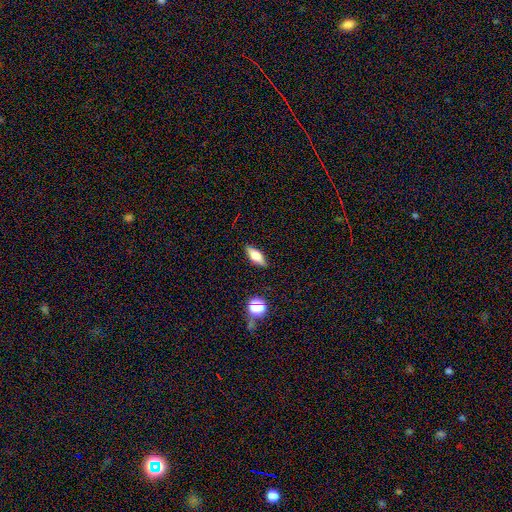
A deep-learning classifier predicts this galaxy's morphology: Overall: smooth (59%; featured or disk 31%). How rounded: in between (70%). Merging: none (86%).